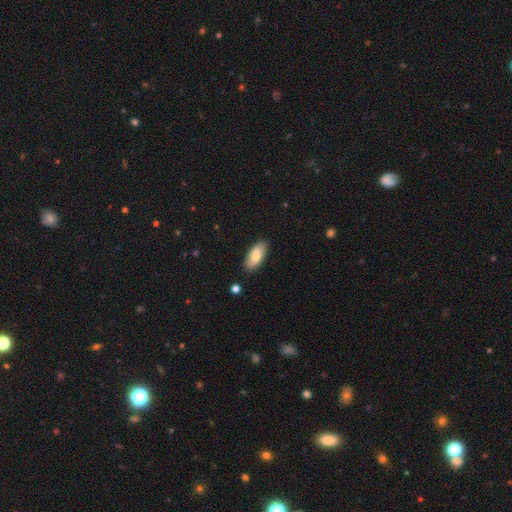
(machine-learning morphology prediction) This is likely a smooth galaxy (75%). How rounded: clearly in between (87%). Merging: clearly none (87%).